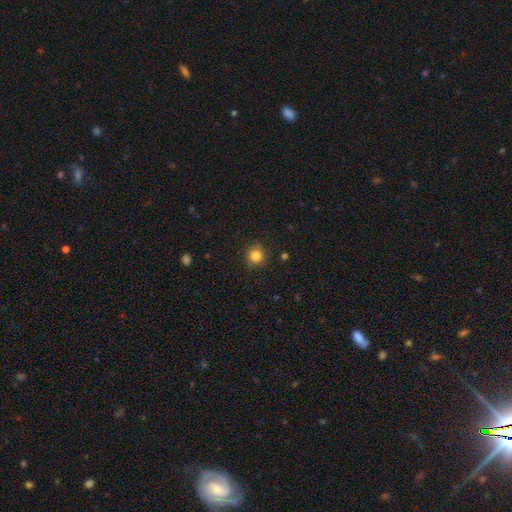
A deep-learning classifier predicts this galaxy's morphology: smooth_or_featured: smooth (p=0.84) [alt: star or artifact p=0.11]
how_rounded: round (p=0.91) [alt: in between p=0.08]
merging: none (p=0.87) [alt: minor disturbance p=0.09]